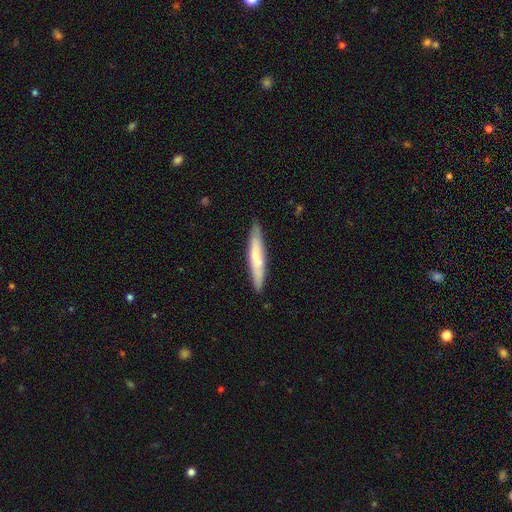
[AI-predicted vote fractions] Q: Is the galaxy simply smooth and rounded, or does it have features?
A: smooth — 61%.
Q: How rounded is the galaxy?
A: cigar-shaped — 92%.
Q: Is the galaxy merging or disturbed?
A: none — 87%.